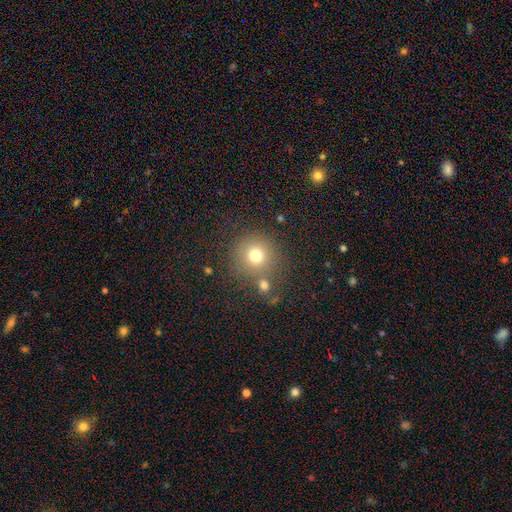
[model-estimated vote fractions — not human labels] Smooth or featured? smooth (74%)
How rounded? round (93%)
Merging? none (70%)